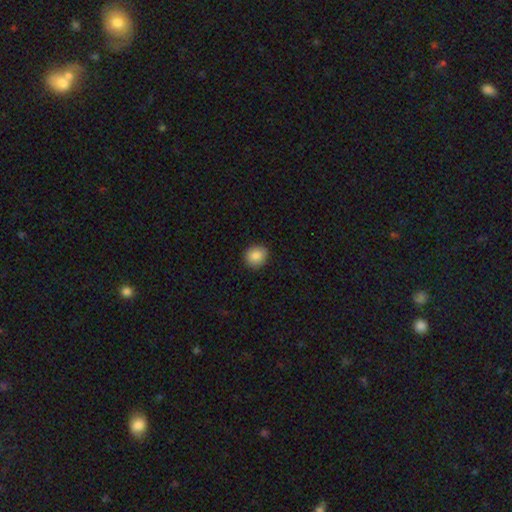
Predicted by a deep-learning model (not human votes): Smooth or featured? Predicted: smooth (p=0.85). How rounded? Predicted: round (p=0.81). Merging? Predicted: none (p=0.89).